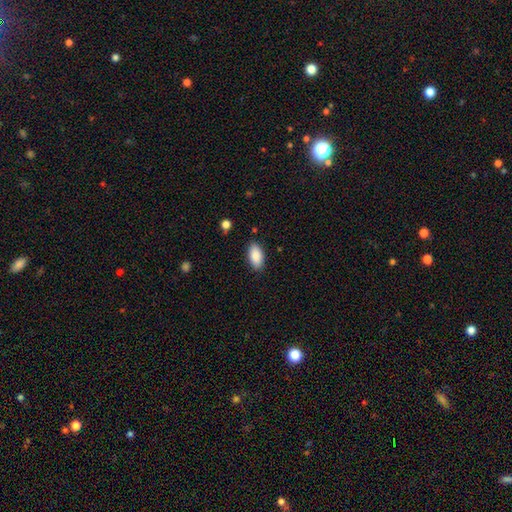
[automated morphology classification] Smooth or featured?
  - smooth: 88% *
  - star or artifact: 6%
  - featured or disk: 5%
How rounded?
  - in between: 93% *
  - cigar-shaped: 4%
  - round: 3%
Merging?
  - none: 86% *
  - minor disturbance: 10%
  - major disturbance: 2%
  - merger: 1%